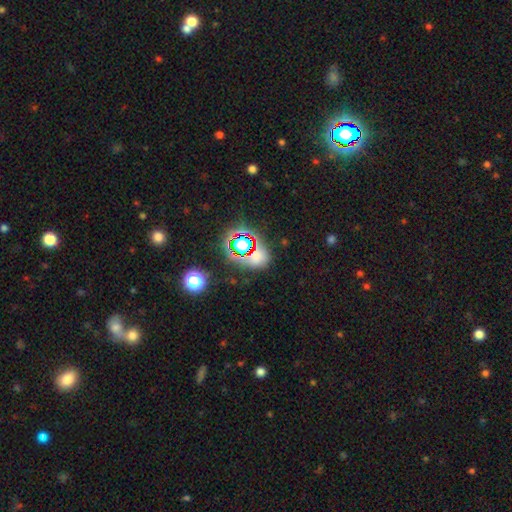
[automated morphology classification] Overall: star or artifact (64%; smooth 27%).